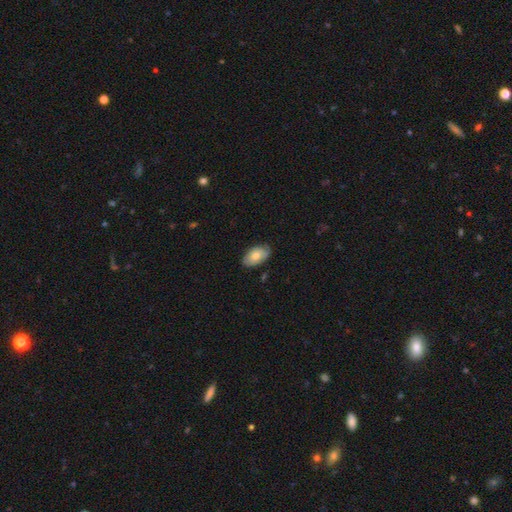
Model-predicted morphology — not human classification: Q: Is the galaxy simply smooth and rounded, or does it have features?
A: smooth — 66%.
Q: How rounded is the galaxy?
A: in between — 93%.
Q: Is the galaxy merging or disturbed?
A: none — 75%.